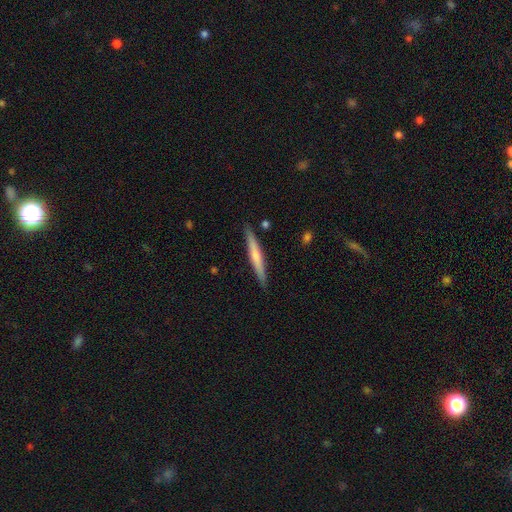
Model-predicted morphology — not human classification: The model was most divided on "smooth or featured": smooth: 53%, featured or disk: 41%, star or artifact: 5%. More confident: how rounded — cigar-shaped (96%); merging — none (90%).